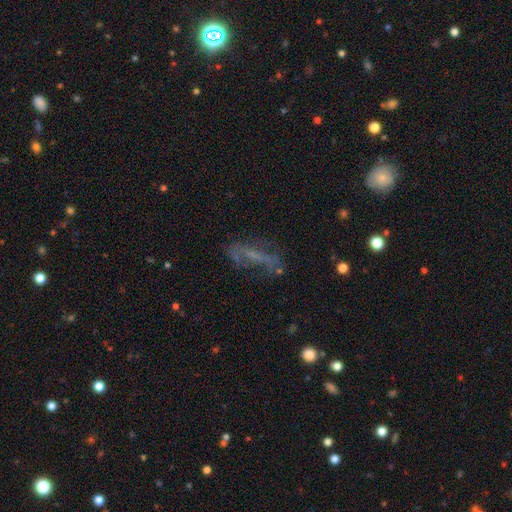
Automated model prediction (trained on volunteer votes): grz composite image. It shows a featured or disk galaxy (50%). Merging: none (49%).